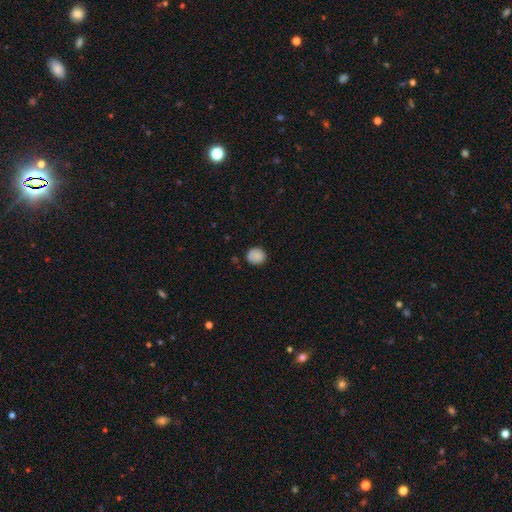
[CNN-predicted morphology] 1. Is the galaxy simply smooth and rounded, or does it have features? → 85% smooth, 9% star or artifact, 6% featured or disk.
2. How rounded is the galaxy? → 85% round, 14% in between, 1% cigar-shaped.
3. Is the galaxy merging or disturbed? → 83% none, 13% minor disturbance, 3% major disturbance, 2% merger.